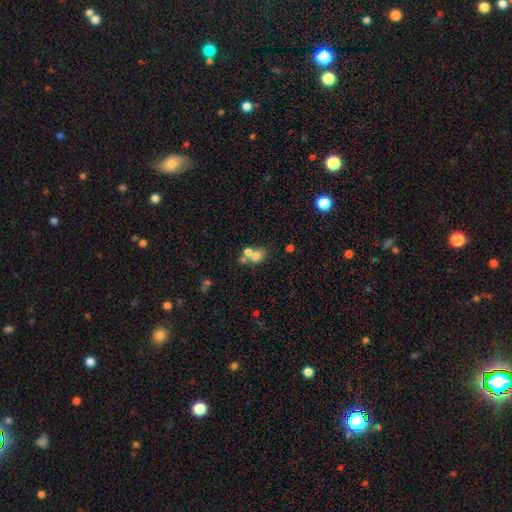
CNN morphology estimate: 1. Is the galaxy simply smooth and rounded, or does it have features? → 67% smooth, 19% featured or disk, 14% star or artifact.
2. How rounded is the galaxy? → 64% round, 34% in between, 1% cigar-shaped.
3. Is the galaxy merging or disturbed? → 52% merger, 36% none, 8% minor disturbance, 5% major disturbance.